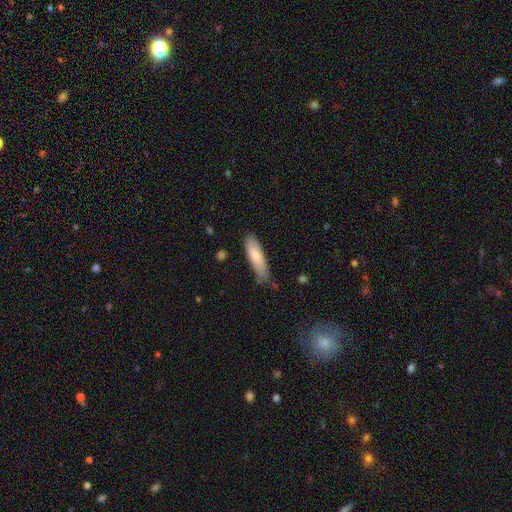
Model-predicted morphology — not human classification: smooth-or-featured: smooth: 78% | featured or disk: 17% | star or artifact: 6%
  how-rounded: cigar-shaped: 60% | in between: 39% | round: 1%
  merging: none: 69% | minor disturbance: 24% | major disturbance: 4% | merger: 3%